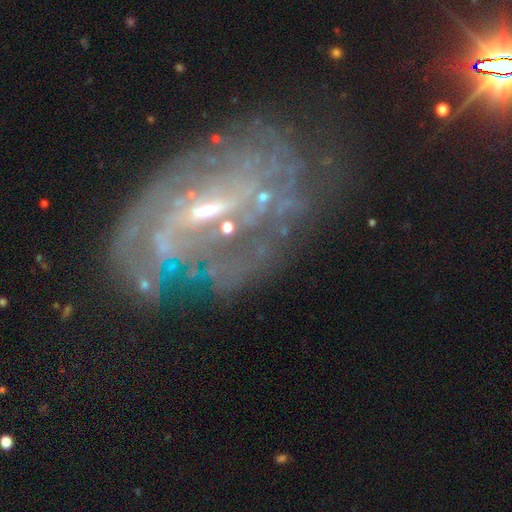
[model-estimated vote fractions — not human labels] A featured or disk galaxy (81%) with a weak bar (48%), tight (43%) spiral arms (80%) and a small central bulge (56%).

Vote fractions:
- Smooth or featured? featured or disk: 81% / smooth: 10% / star or artifact: 9%
- Edge-on disk? no: 94% / yes: 6%
- Bar? weak: 48% / strong: 27% / no: 25%
- Spiral arms? yes: 80% / no: 20%
- Spiral winding? tight: 43% / medium: 35% / loose: 22%
- Spiral arm count? can't tell: 47% / 2: 24% / 3: 10% / 1: 7% / 4: 7% / more than 4: 5%
- Bulge size? small: 56% / moderate: 32% / none: 9% / large: 2% / dominant: 1%
- Merging? none: 53% / minor disturbance: 23% / major disturbance: 20% / merger: 4%